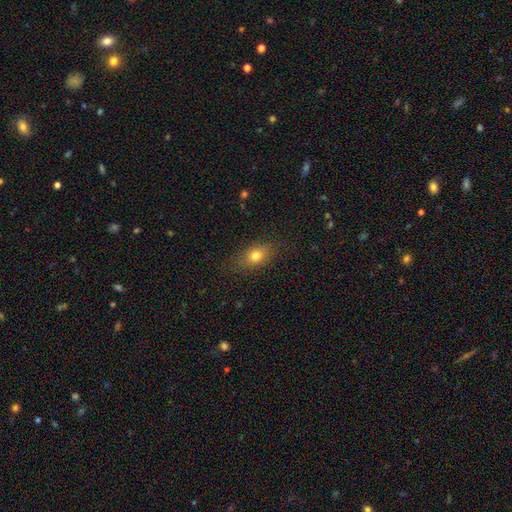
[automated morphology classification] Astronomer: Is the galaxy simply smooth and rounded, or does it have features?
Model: smooth — 76%.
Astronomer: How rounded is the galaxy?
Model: in between — 73%.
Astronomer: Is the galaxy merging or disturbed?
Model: none — 81%.